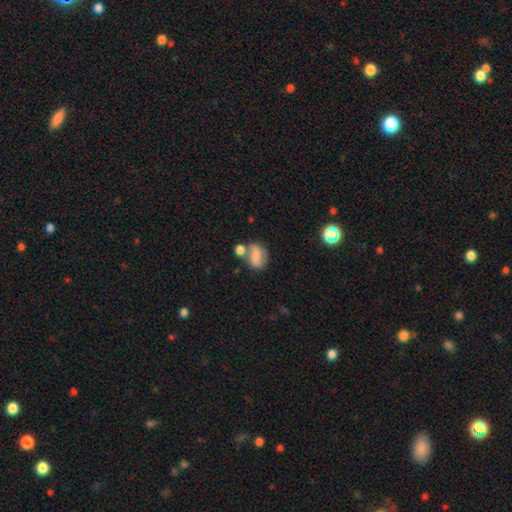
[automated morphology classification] smooth-or-featured: smooth: 50% | featured or disk: 40% | star or artifact: 10%
  merging: none: 45% | merger: 32% | minor disturbance: 16% | major disturbance: 7%